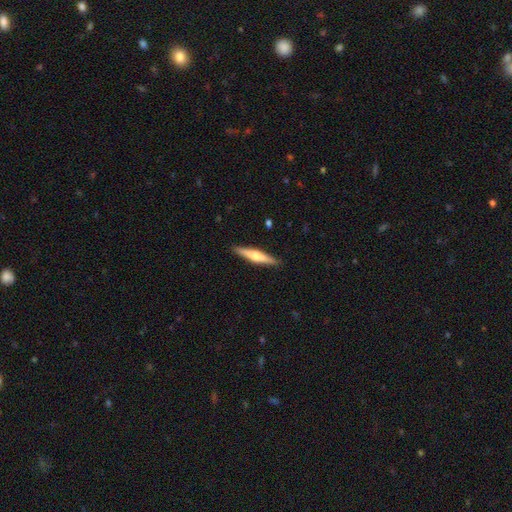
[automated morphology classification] Overall: featured or disk (51%; smooth 44%). Edge-on disk: yes (96%). Merging: none (90%).